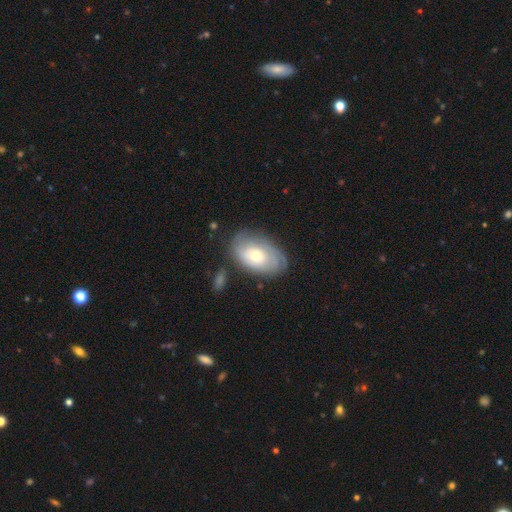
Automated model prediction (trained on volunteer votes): Morphology: type=featured or disk (53%); edge-on=no (93%); merging=none (69%).